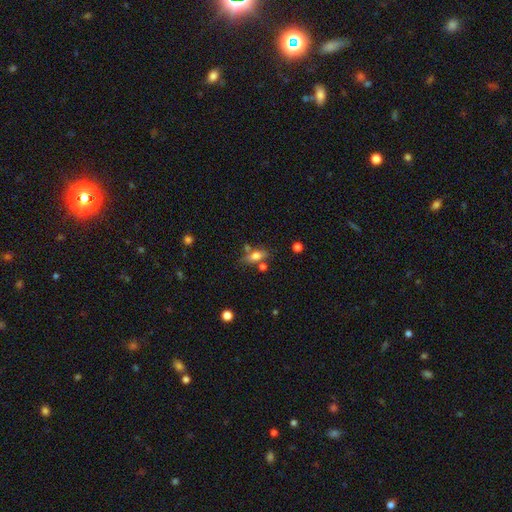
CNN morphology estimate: A smooth galaxy with no disk features (66%) that is in between round and cigar-shaped (72%).

Vote fractions:
- Smooth or featured? smooth: 66% / featured or disk: 25% / star or artifact: 9%
- How rounded? in between: 72% / cigar-shaped: 23% / round: 5%
- Merging? none: 65% / minor disturbance: 16% / merger: 14% / major disturbance: 5%